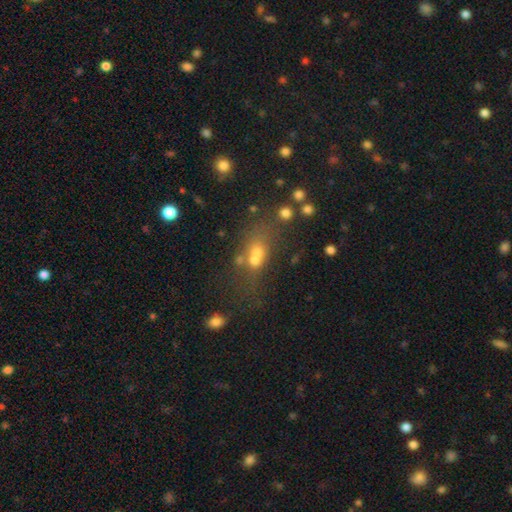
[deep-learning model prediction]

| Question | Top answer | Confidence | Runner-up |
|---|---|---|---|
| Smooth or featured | smooth | 55% | star or artifact (24%) |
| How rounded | in between | 53% | round (37%) |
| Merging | merger | 42% | none (35%) |